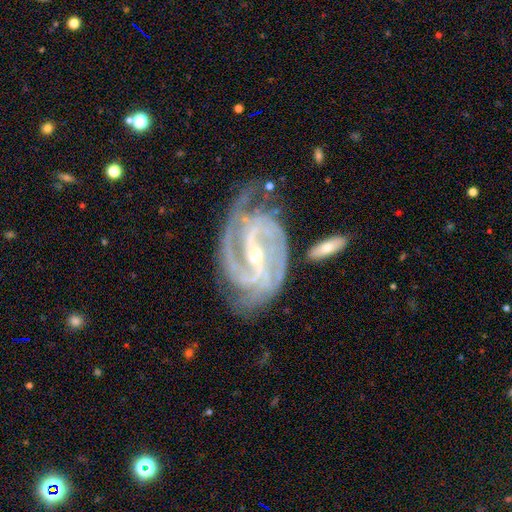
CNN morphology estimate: A featured or disk galaxy (93%) with a strong bar (49%), 2 (35%) tight (46%) spiral arms (98%) and a small central bulge (66%).

Vote fractions:
- Smooth or featured? featured or disk: 93% / star or artifact: 4% / smooth: 3%
- Edge-on disk? no: 97% / yes: 3%
- Bar? strong: 49% / weak: 34% / no: 17%
- Spiral arms? yes: 98% / no: 2%
- Spiral winding? tight: 46% / medium: 44% / loose: 10%
- Spiral arm count? 2: 35% / 3: 31% / 4: 11% / can't tell: 11% / more than 4: 6% / 1: 6%
- Bulge size? small: 66% / moderate: 31% / large: 1% / none: 1% / dominant: 1%
- Merging? none: 52% / minor disturbance: 25% / major disturbance: 17% / merger: 6%